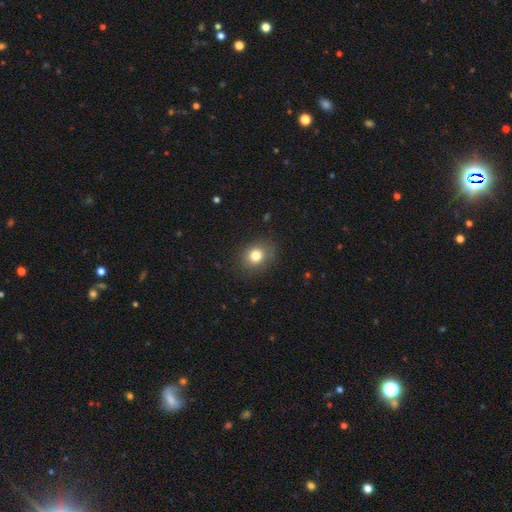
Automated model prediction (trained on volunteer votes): smooth_or_featured: smooth (p=0.80) [alt: star or artifact p=0.12]
how_rounded: round (p=0.66) [alt: in between p=0.33]
merging: none (p=0.83) [alt: minor disturbance p=0.12]